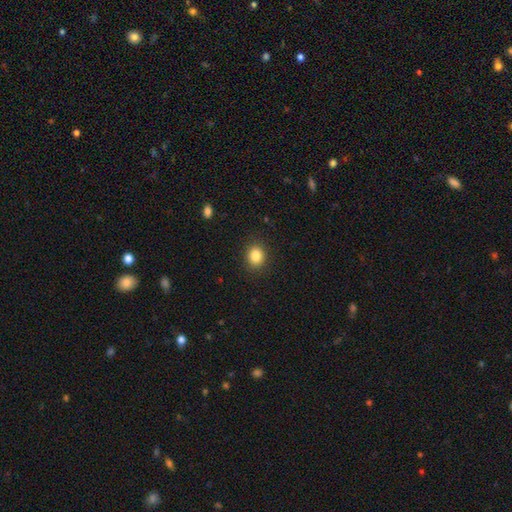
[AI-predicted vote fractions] Smooth or featured?
  - smooth: 85% *
  - star or artifact: 10%
  - featured or disk: 5%
How rounded?
  - round: 67% *
  - in between: 32%
  - cigar-shaped: 1%
Merging?
  - none: 89% *
  - minor disturbance: 7%
  - major disturbance: 2%
  - merger: 1%